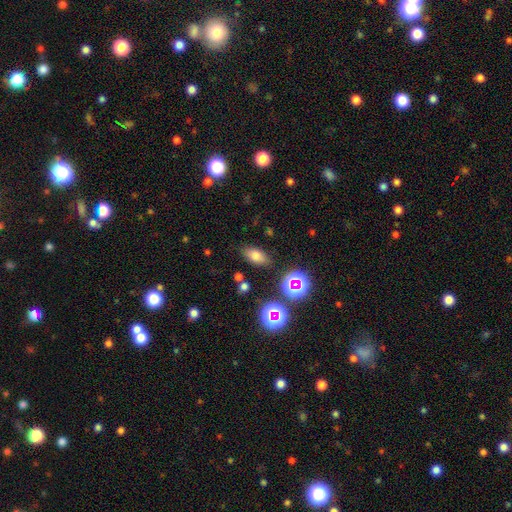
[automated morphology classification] type=smooth (71%); roundness=in between (85%); merging=none (83%).